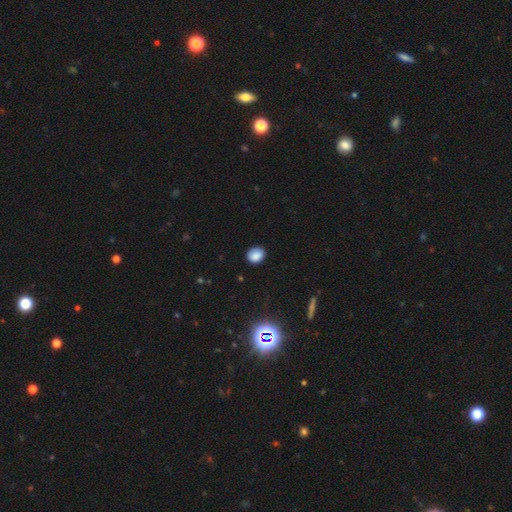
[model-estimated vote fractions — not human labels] smooth 85%, star or artifact 11%, featured or disk 4%. Down the decision tree: how rounded — round (59%); merging — none (86%).